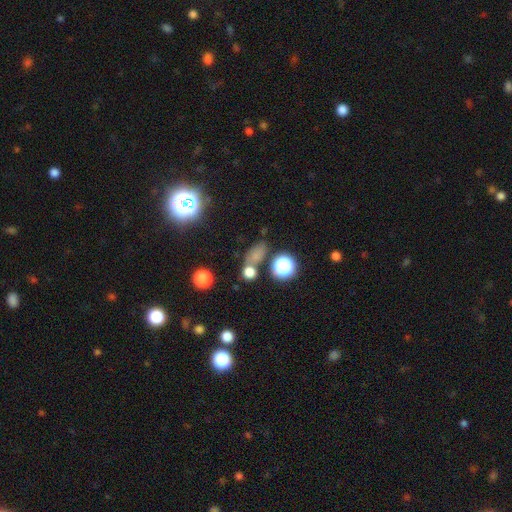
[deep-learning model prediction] Morphology: type=smooth (68%); roundness=in between (59%); merging=none (57%).